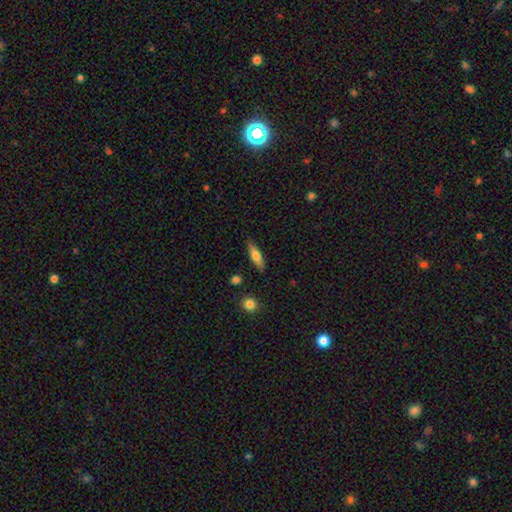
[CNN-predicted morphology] smooth 67%, featured or disk 27%, star or artifact 7%. Down the decision tree: how rounded — cigar-shaped (57%); merging — none (85%).